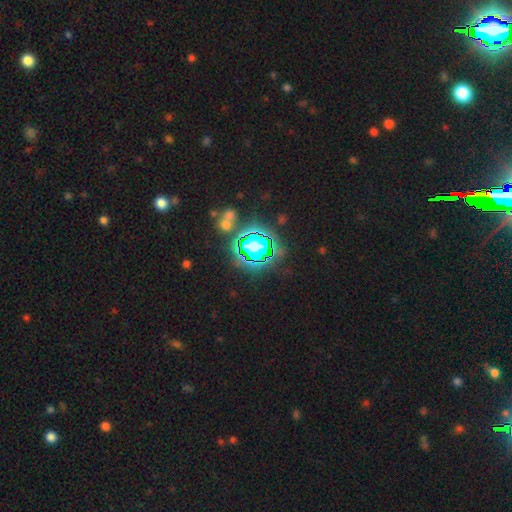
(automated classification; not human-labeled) Smooth or featured: star or artifact — 65% (smooth — 22%)